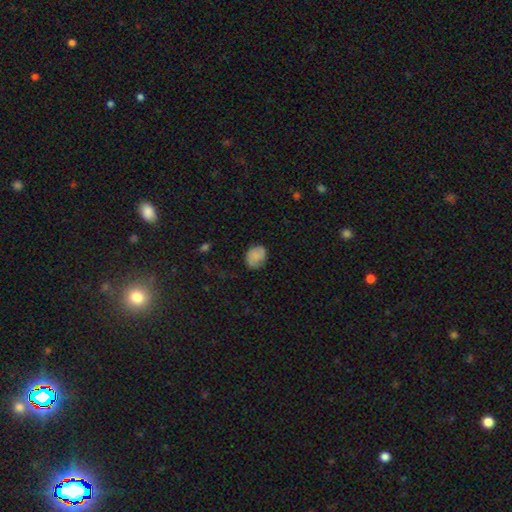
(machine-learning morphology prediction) Smooth or featured: smooth — 77% (featured or disk — 14%)
How rounded: in between — 53% (round — 46%)
Merging: none — 74% (minor disturbance — 20%)